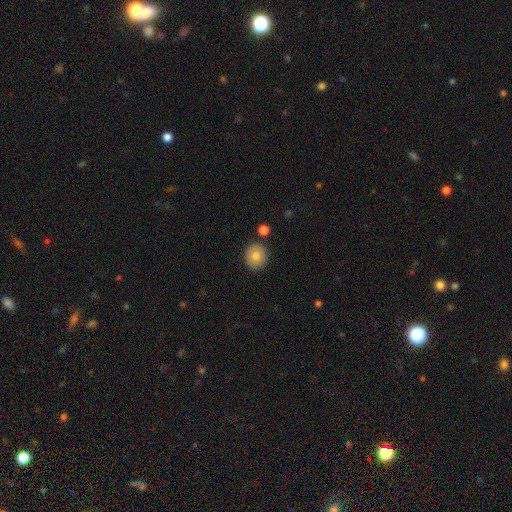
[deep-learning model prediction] smooth 80%, featured or disk 11%, star or artifact 9%. Down the decision tree: how rounded — round (82%); merging — none (85%).